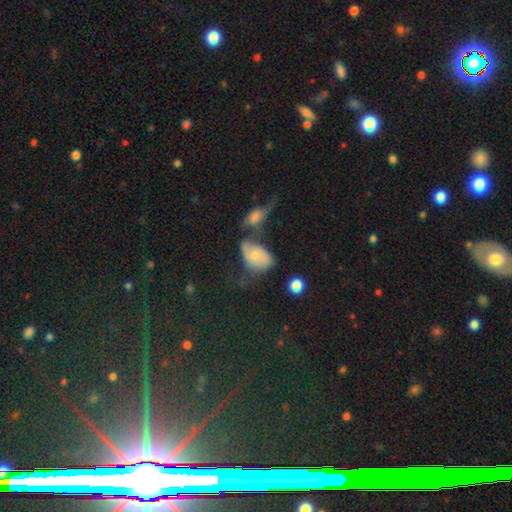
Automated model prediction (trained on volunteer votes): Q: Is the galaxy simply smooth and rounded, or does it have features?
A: smooth — 54%.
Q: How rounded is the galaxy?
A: in between — 87%.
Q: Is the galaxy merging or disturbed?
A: merger — 34%.